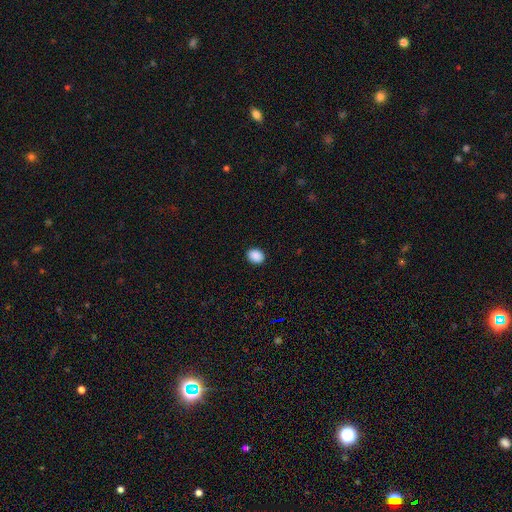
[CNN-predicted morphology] Smooth or featured? smooth (90%)
How rounded? in between (60%)
Merging? none (90%)